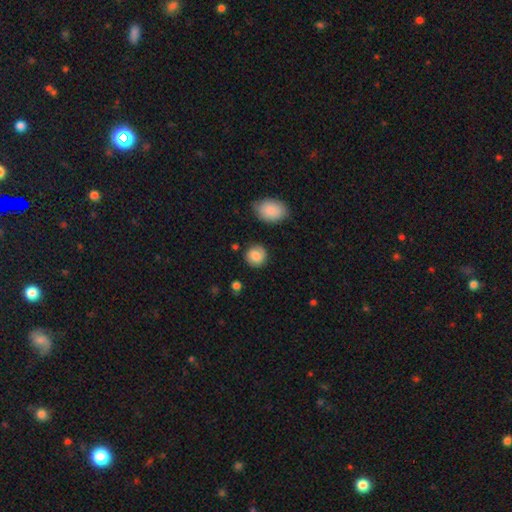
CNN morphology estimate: type=smooth (78%); roundness=round (85%); merging=none (79%).